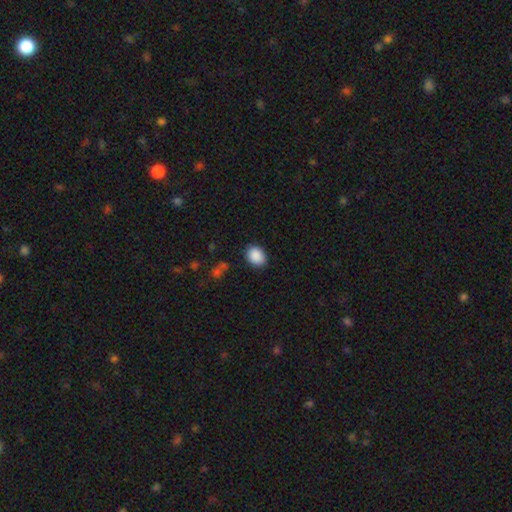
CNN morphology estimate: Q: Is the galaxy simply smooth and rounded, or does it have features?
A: smooth — 89%.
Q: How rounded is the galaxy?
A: in between — 59%.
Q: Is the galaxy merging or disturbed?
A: none — 85%.